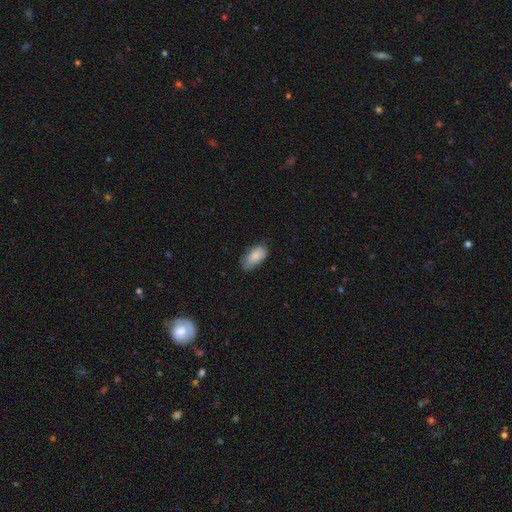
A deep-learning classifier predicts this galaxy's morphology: smooth-or-featured: smooth: 83% | featured or disk: 10% | star or artifact: 7%
  how-rounded: in between: 94% | round: 3% | cigar-shaped: 3%
  merging: none: 63% | minor disturbance: 30% | major disturbance: 6% | merger: 1%